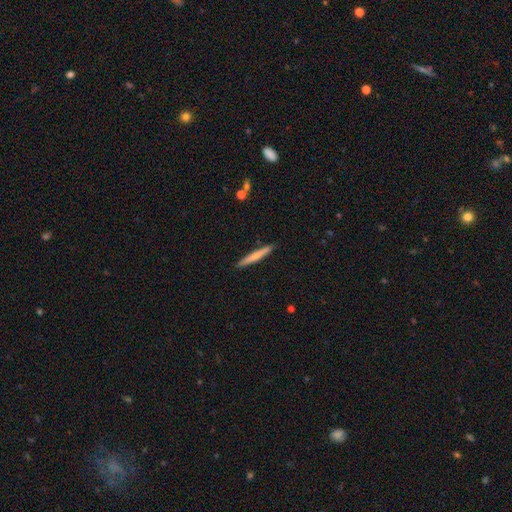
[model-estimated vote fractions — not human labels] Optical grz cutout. It shows a smooth galaxy with no disk features (66%) that is cigar-shaped (96%). Merging: none (91%).